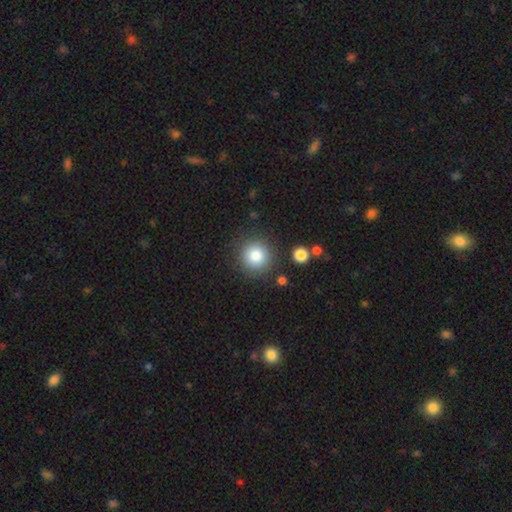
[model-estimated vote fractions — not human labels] A smooth galaxy with no disk features (83%) that is round (94%). Merging: none (86%).